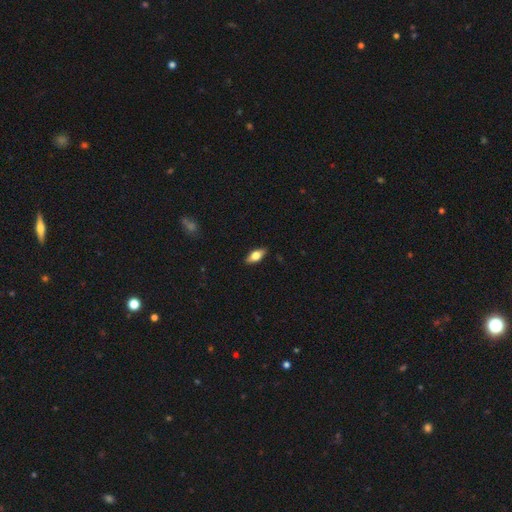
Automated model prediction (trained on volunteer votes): smooth-or-featured: smooth: 63% | featured or disk: 31% | star or artifact: 7%
  how-rounded: in between: 82% | cigar-shaped: 15% | round: 3%
  merging: none: 88% | minor disturbance: 9% | major disturbance: 2% | merger: 1%